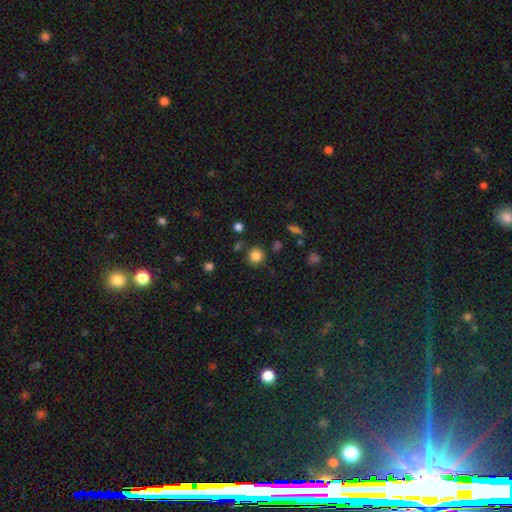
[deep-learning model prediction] Smooth or featured? Predicted: smooth (p=0.83). How rounded? Predicted: round (p=0.91). Merging? Predicted: none (p=0.83).